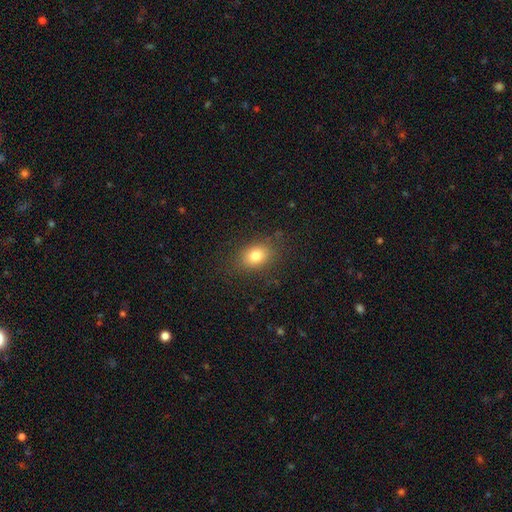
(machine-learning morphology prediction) Smooth or featured? Predicted: smooth (p=0.78). How rounded? Predicted: in between (p=0.63). Merging? Predicted: none (p=0.83).